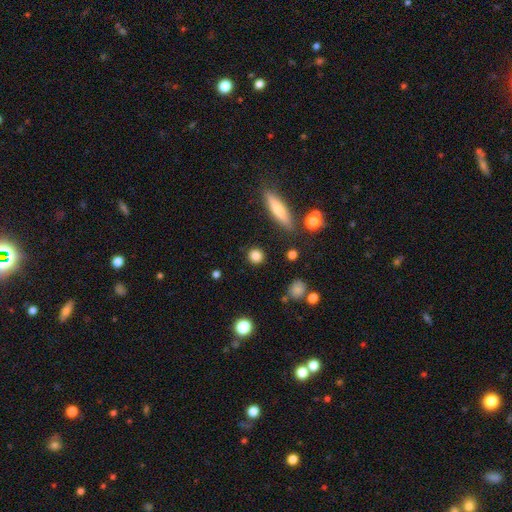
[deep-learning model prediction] Morphology: type=smooth (83%); roundness=round (87%); merging=none (87%).